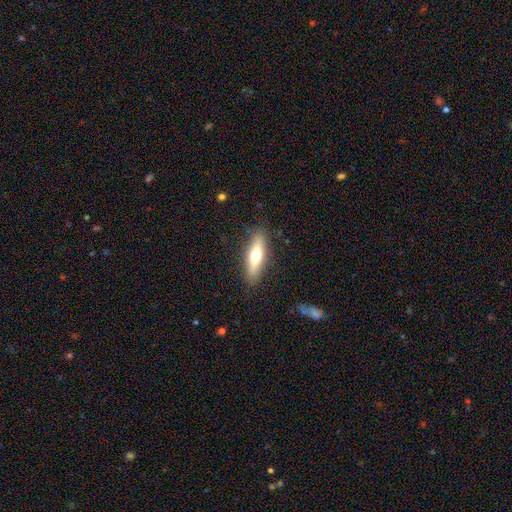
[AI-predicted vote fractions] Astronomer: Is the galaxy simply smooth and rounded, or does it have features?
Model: smooth — 58% (runner-up: featured or disk, 36%).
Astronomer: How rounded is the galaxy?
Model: cigar-shaped — 62%.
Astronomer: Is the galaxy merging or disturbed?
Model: none — 87%.